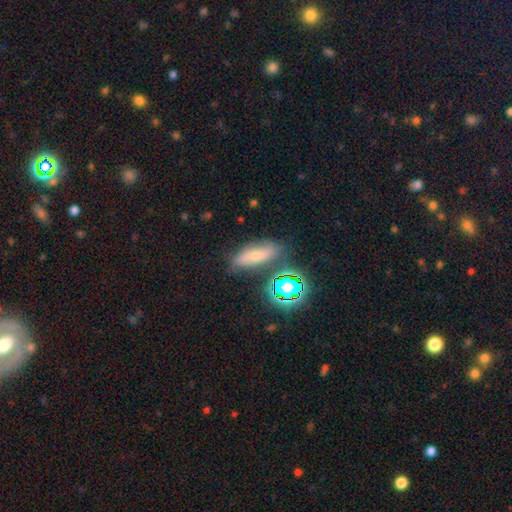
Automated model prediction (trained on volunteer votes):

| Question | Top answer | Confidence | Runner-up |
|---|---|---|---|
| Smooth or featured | smooth | 59% | featured or disk (22%) |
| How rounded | in between | 64% | cigar-shaped (29%) |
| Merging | none | 70% | minor disturbance (18%) |